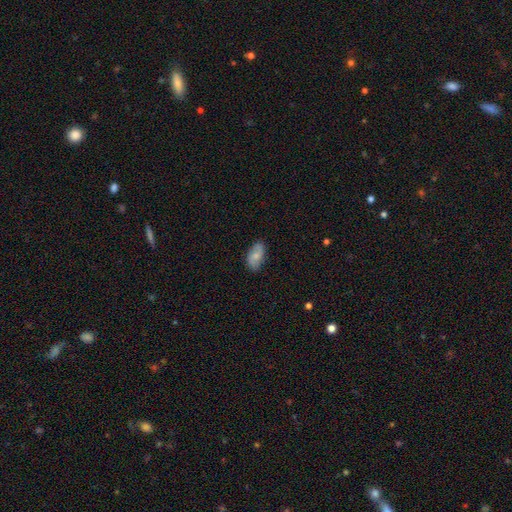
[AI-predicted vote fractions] Smooth or featured: smooth — 56% (featured or disk — 37%)
How rounded: in between — 93% (round — 4%)
Merging: none — 81% (minor disturbance — 15%)